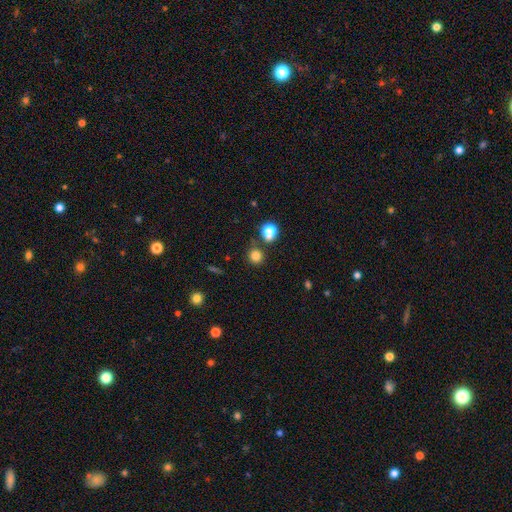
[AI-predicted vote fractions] smooth-or-featured: smooth: 81% | star or artifact: 15% | featured or disk: 5%
  how-rounded: round: 89% | in between: 10% | cigar-shaped: 1%
  merging: none: 77% | merger: 10% | minor disturbance: 9% | major disturbance: 3%